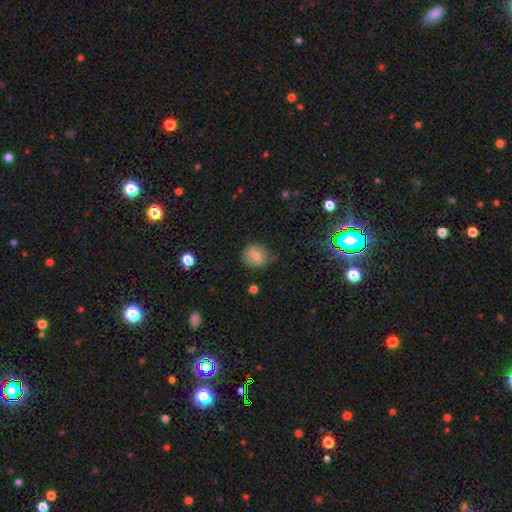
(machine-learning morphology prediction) smooth_or_featured: smooth (p=0.72) [alt: featured or disk p=0.15]
how_rounded: round (p=0.73) [alt: in between p=0.26]
merging: none (p=0.69) [alt: minor disturbance p=0.24]